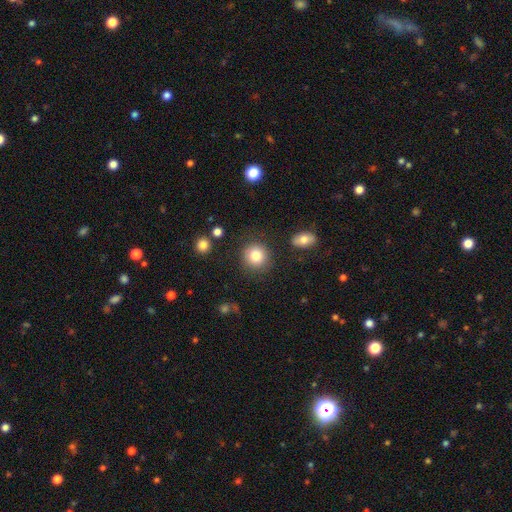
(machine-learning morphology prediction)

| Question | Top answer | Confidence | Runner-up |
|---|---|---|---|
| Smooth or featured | smooth | 82% | star or artifact (9%) |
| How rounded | round | 91% | in between (8%) |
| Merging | none | 86% | minor disturbance (8%) |